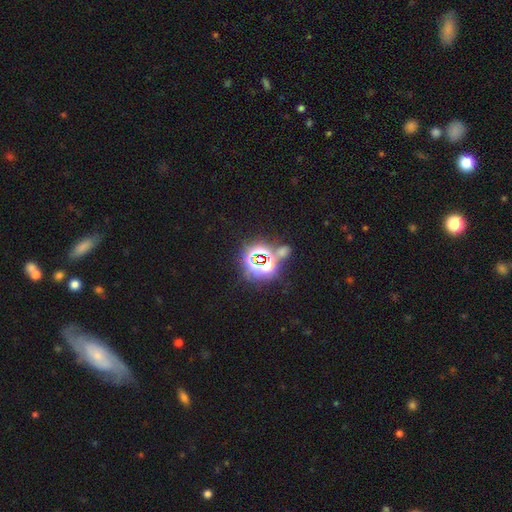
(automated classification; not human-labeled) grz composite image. It shows a star or artifact, not a galaxy (77%).